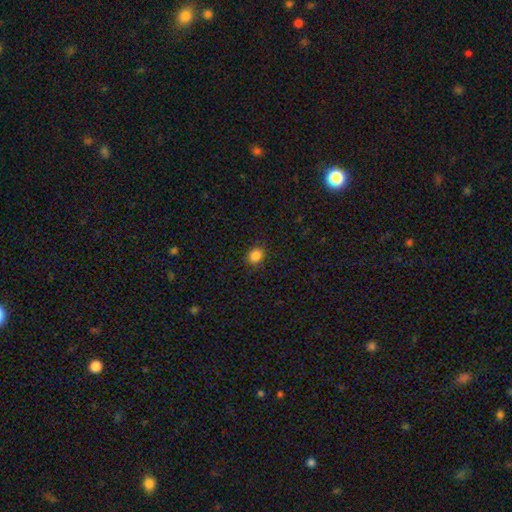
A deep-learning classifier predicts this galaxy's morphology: The model was most divided on "how rounded": round: 58%, in between: 41%, cigar-shaped: 1%. More confident: smooth or featured — smooth (85%); merging — none (84%).